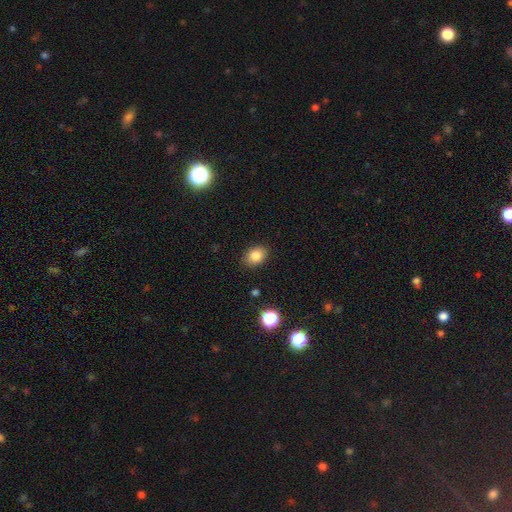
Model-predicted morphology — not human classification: Q: Smooth or featured?
A: smooth (84%); runner-up: star or artifact (10%)
Q: How rounded?
A: in between (69%); runner-up: round (30%)
Q: Merging?
A: none (88%); runner-up: minor disturbance (9%)